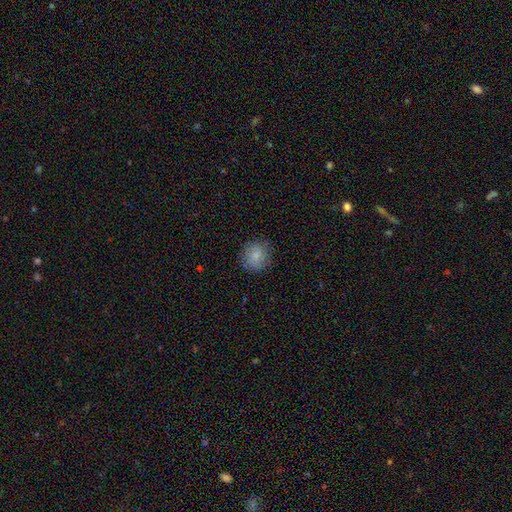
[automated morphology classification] type=smooth (73%); roundness=round (80%); merging=none (81%).